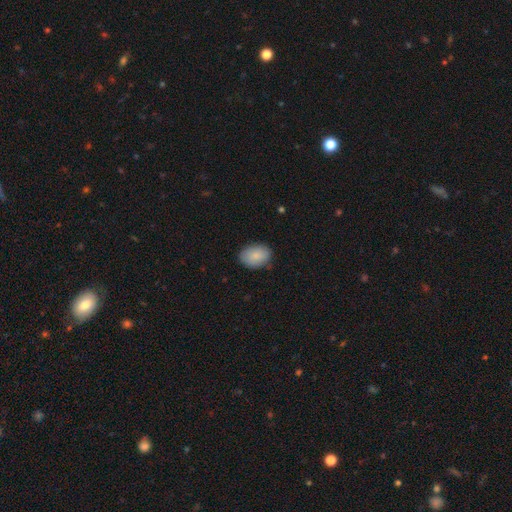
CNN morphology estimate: Smooth or featured?
  - smooth: 86% *
  - featured or disk: 8%
  - star or artifact: 6%
How rounded?
  - in between: 82% *
  - round: 17%
  - cigar-shaped: 1%
Merging?
  - none: 83% *
  - minor disturbance: 13%
  - major disturbance: 3%
  - merger: 1%